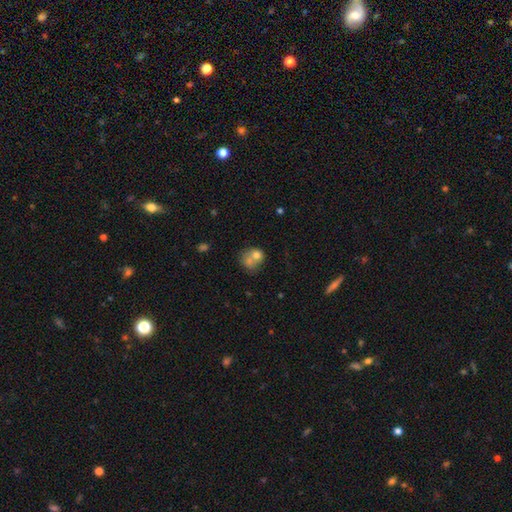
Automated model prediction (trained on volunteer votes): Smooth or featured?
  - smooth: 70% *
  - featured or disk: 20%
  - star or artifact: 10%
How rounded?
  - round: 66% *
  - in between: 33%
  - cigar-shaped: 1%
Merging?
  - merger: 61% *
  - none: 24%
  - minor disturbance: 9%
  - major disturbance: 6%